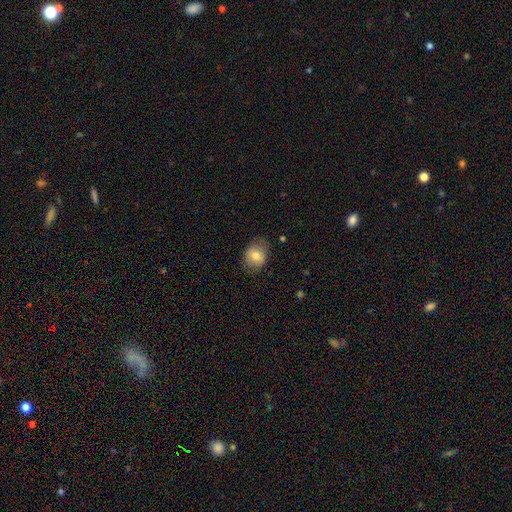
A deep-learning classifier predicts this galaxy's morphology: Smooth or featured?
  - smooth: 78% *
  - featured or disk: 13%
  - star or artifact: 8%
How rounded?
  - round: 53% *
  - in between: 46%
  - cigar-shaped: 1%
Merging?
  - none: 75% *
  - minor disturbance: 18%
  - major disturbance: 5%
  - merger: 1%